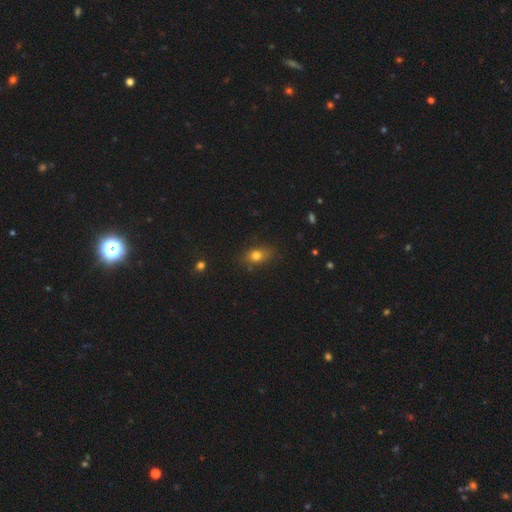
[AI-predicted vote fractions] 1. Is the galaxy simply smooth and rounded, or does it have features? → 77% smooth, 12% star or artifact, 11% featured or disk.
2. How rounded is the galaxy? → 72% in between, 24% round, 4% cigar-shaped.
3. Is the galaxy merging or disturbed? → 79% none, 16% minor disturbance, 4% major disturbance, 2% merger.